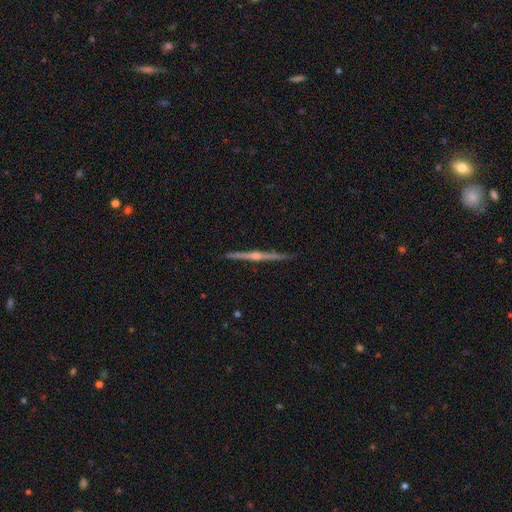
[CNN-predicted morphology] Q: Smooth or featured?
A: featured or disk (77%); runner-up: smooth (15%)
Q: Edge-on disk?
A: yes (97%); runner-up: no (3%)
Q: Edge-on bulge?
A: rounded (79%); runner-up: none (14%)
Q: Merging?
A: none (89%); runner-up: minor disturbance (7%)